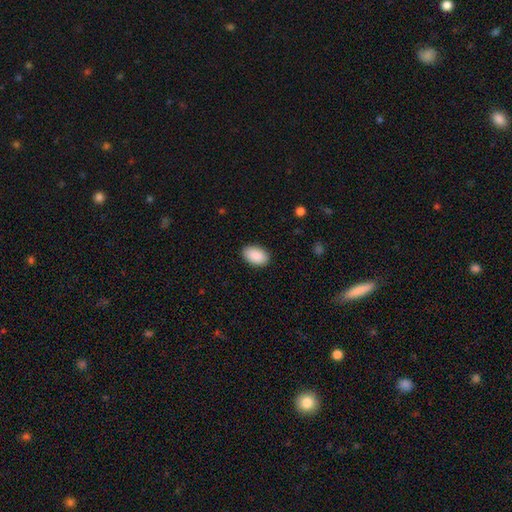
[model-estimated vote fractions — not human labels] Smooth or featured: smooth — 91% (star or artifact — 6%)
How rounded: in between — 93% (round — 6%)
Merging: none — 89% (minor disturbance — 8%)